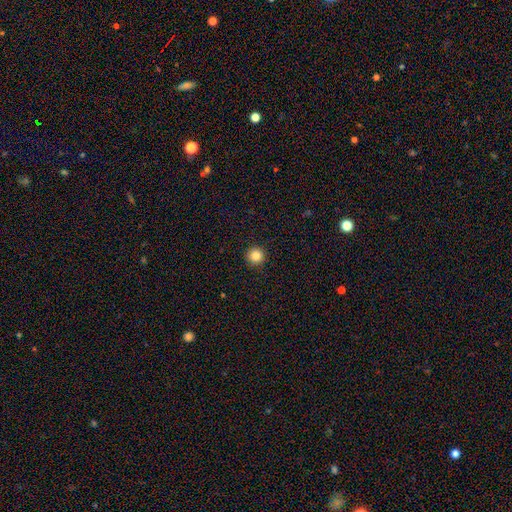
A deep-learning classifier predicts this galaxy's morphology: type=smooth (85%); roundness=round (96%); merging=none (93%).